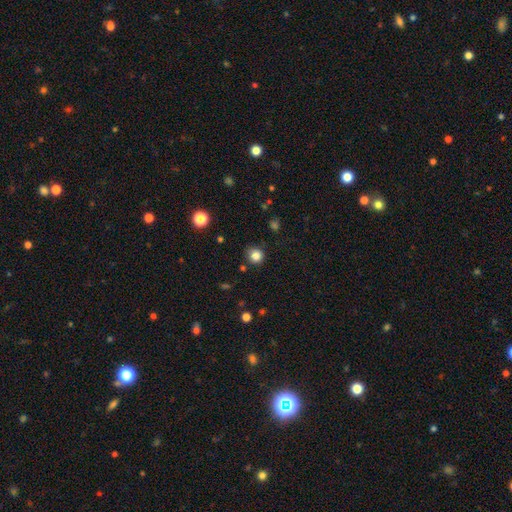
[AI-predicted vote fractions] smooth_or_featured: smooth (p=0.83) [alt: star or artifact p=0.12]
how_rounded: round (p=0.91) [alt: in between p=0.09]
merging: none (p=0.83) [alt: minor disturbance p=0.11]